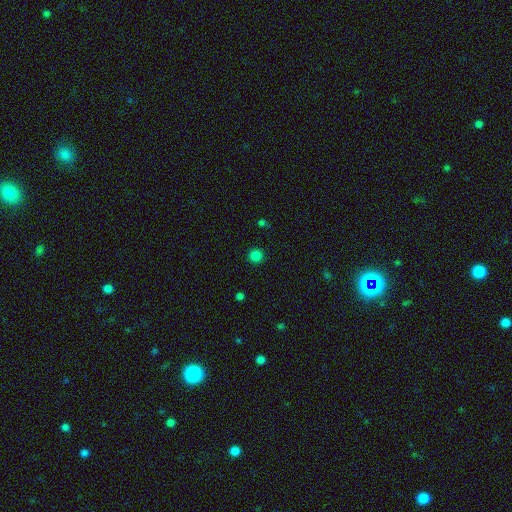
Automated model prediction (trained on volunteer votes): smooth 82%, star or artifact 15%, featured or disk 3%. Down the decision tree: how rounded — round (95%); merging — none (92%).